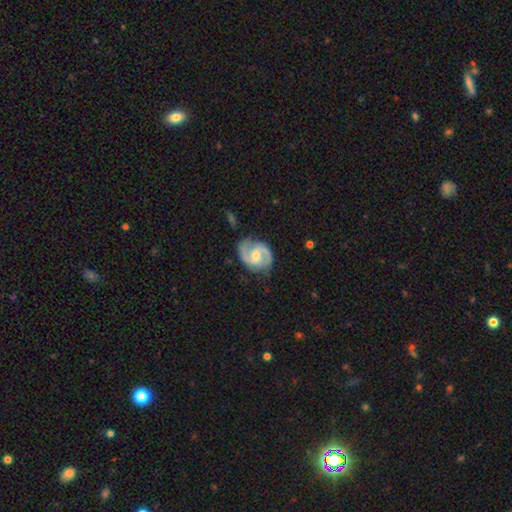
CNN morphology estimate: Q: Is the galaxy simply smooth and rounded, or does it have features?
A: featured or disk — 88%.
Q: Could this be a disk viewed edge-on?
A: no — 98%.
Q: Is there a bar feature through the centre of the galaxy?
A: weak — 52%.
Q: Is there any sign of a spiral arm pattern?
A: yes — 97%.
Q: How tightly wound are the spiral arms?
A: medium — 57%.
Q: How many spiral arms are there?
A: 2 — 92%.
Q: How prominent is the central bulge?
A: moderate — 53%.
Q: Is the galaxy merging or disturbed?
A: none — 76%.